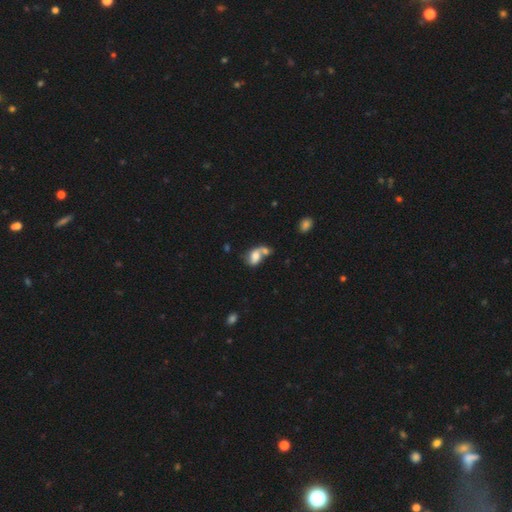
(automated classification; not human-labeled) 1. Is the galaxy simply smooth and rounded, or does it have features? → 57% smooth, 33% featured or disk, 10% star or artifact.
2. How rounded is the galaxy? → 78% in between, 20% round, 2% cigar-shaped.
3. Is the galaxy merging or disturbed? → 58% merger, 21% none, 12% minor disturbance, 10% major disturbance.